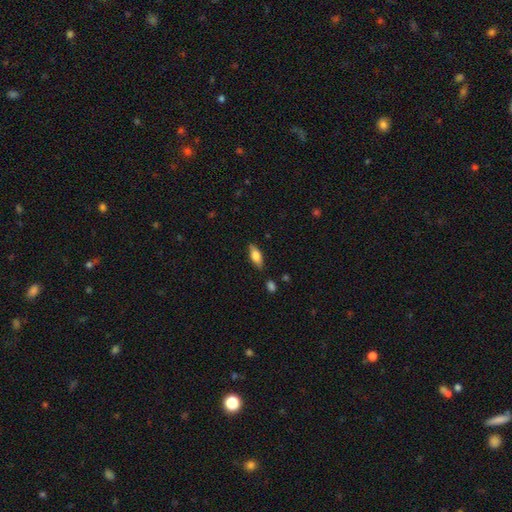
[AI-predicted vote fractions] A smooth galaxy with no disk features (72%) that is in between round and cigar-shaped (77%).

Vote fractions:
- Smooth or featured? smooth: 72% / featured or disk: 22% / star or artifact: 7%
- How rounded? in between: 77% / cigar-shaped: 21% / round: 3%
- Merging? none: 82% / minor disturbance: 13% / major disturbance: 3% / merger: 2%